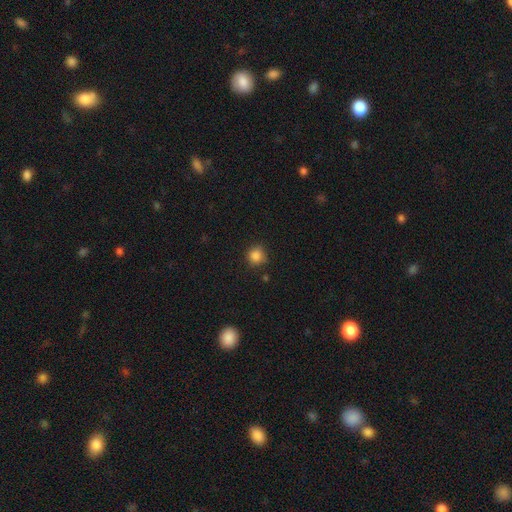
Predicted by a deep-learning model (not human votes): Smooth or featured: smooth — 85% (star or artifact — 11%)
How rounded: round — 92% (in between — 7%)
Merging: none — 83% (minor disturbance — 13%)